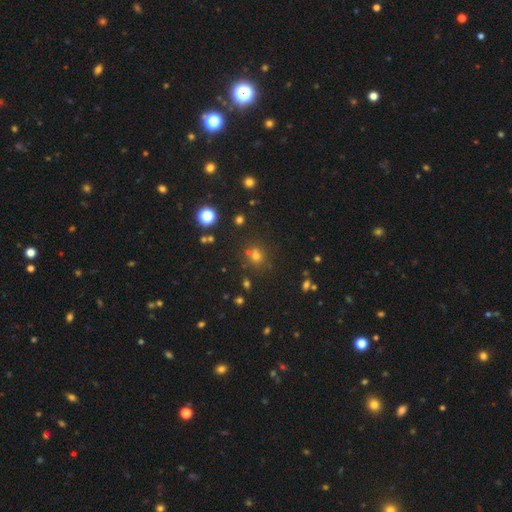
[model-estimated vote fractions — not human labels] smooth-or-featured: smooth: 56% | star or artifact: 34% | featured or disk: 9%
  how-rounded: round: 86% | in between: 13% | cigar-shaped: 1%
  merging: none: 68% | merger: 18% | minor disturbance: 10% | major disturbance: 4%